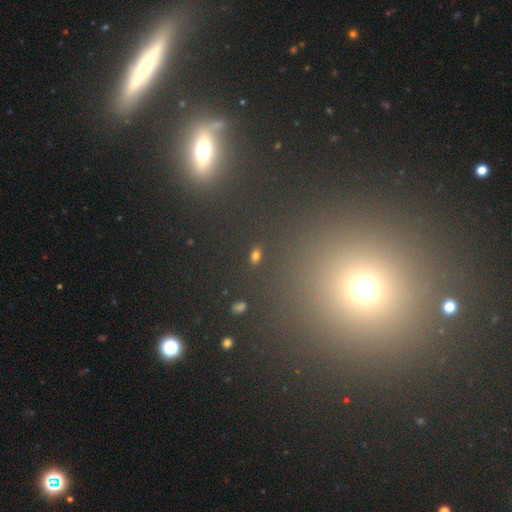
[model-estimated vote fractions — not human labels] This is likely a smooth galaxy (73%). How rounded: clearly in between (85%). Merging: clearly none (86%).